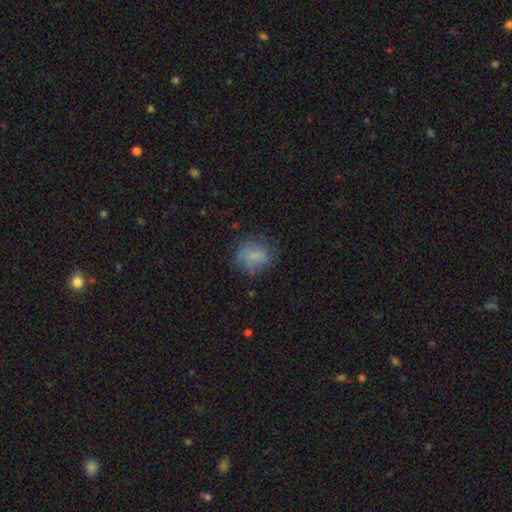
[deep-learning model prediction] Smooth or featured? smooth (65%)
How rounded? round (72%)
Merging? none (65%)